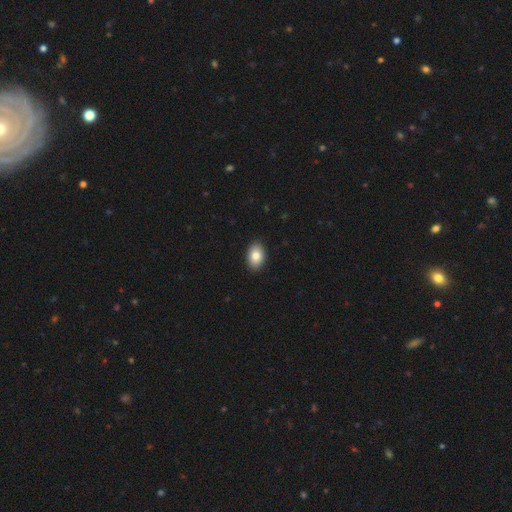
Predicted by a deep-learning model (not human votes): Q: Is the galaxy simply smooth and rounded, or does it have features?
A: smooth — 83%.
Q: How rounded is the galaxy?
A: in between — 86%.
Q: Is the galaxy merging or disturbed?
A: none — 91%.